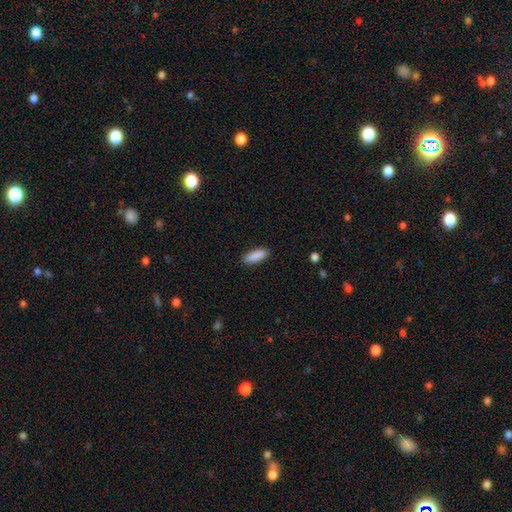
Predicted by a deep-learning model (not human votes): Q: Smooth or featured?
A: smooth (90%); runner-up: star or artifact (6%)
Q: How rounded?
A: in between (68%); runner-up: cigar-shaped (30%)
Q: Merging?
A: none (89%); runner-up: minor disturbance (8%)